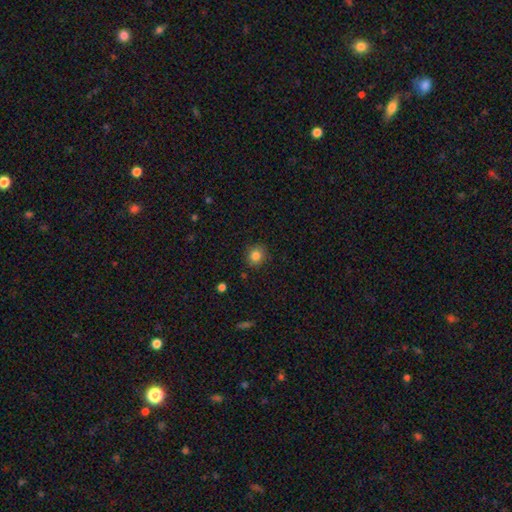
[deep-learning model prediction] Morphology: type=smooth (84%); roundness=round (82%); merging=none (87%).